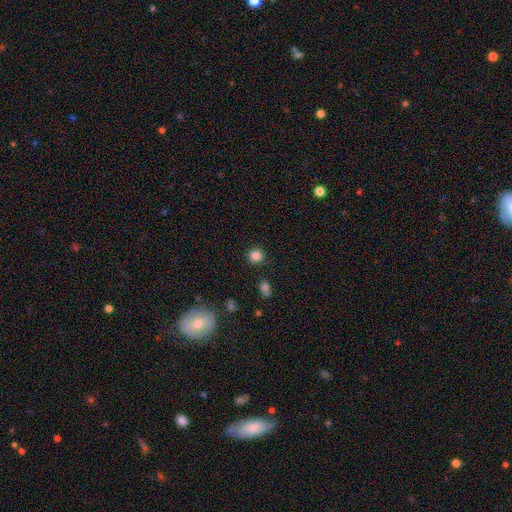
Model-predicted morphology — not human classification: This is clearly a smooth galaxy (84%). How rounded: clearly round (92%). Merging: clearly none (88%).